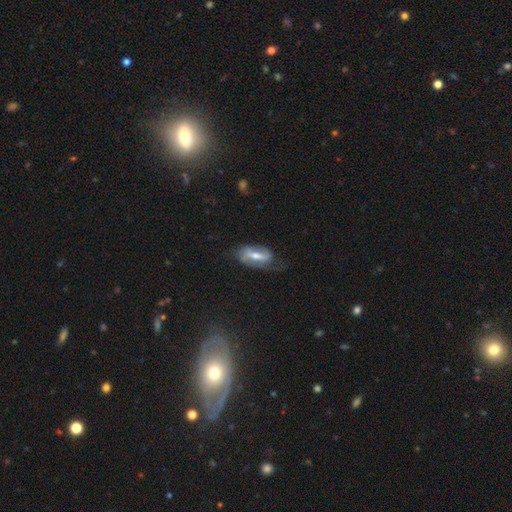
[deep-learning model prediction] This is likely a featured or disk galaxy (64%). It is clearly not viewed edge-on (89%). Bar: marginally strong (43%). Spiral arm pattern: likely yes (79%). Central bulge: likely moderate (64%). Merging: possibly none (52%).